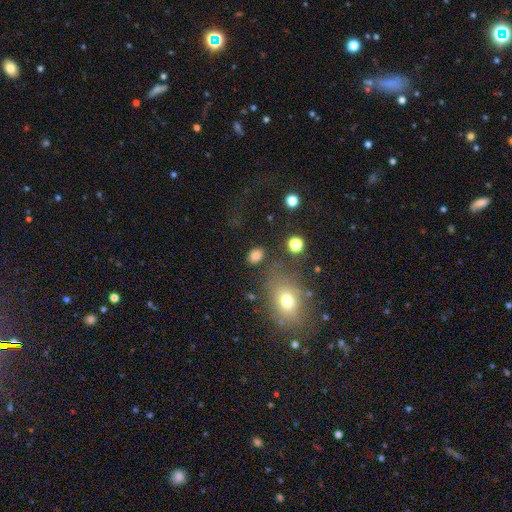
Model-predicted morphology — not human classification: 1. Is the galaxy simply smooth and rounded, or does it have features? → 82% smooth, 13% star or artifact, 6% featured or disk.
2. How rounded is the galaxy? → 72% in between, 26% round, 2% cigar-shaped.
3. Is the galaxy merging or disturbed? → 79% none, 11% minor disturbance, 5% major disturbance, 4% merger.